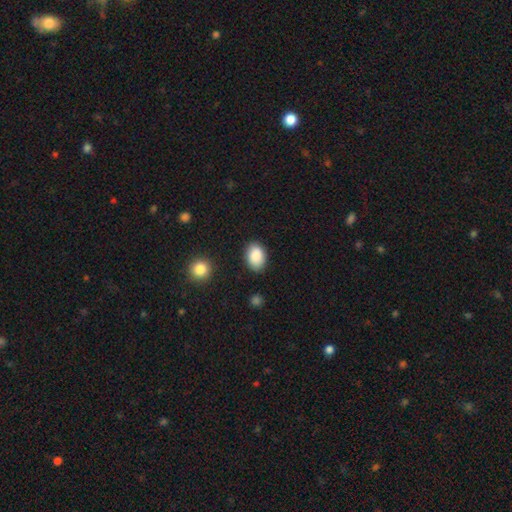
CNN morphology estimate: A smooth galaxy with no disk features (89%) that is in between round and cigar-shaped (83%).

Vote fractions:
- Smooth or featured? smooth: 89% / star or artifact: 7% / featured or disk: 4%
- How rounded? in between: 83% / round: 16% / cigar-shaped: 1%
- Merging? none: 84% / minor disturbance: 12% / major disturbance: 3% / merger: 2%